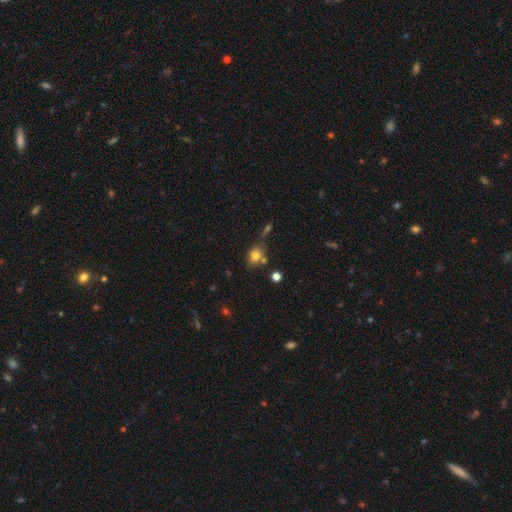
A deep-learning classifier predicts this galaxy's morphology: Overall: smooth (78%). How rounded: in between (51%; round 48%). Merging: none (61%).